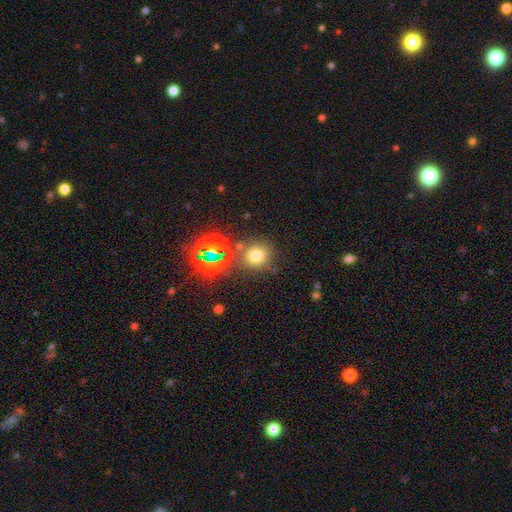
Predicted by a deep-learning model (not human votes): A smooth galaxy with no disk features (67%) that is round (84%).

Vote fractions:
- Smooth or featured? smooth: 67% / star or artifact: 25% / featured or disk: 8%
- How rounded? round: 84% / in between: 14% / cigar-shaped: 1%
- Merging? none: 74% / merger: 11% / minor disturbance: 10% / major disturbance: 5%